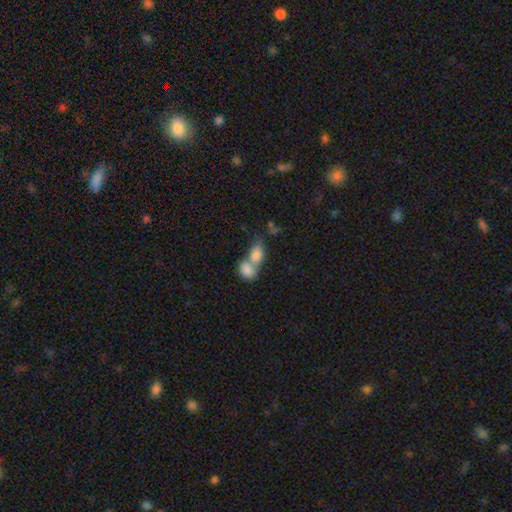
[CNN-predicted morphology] This is clearly a smooth galaxy (82%). How rounded: clearly in between (81%). Merging: likely merger (71%).